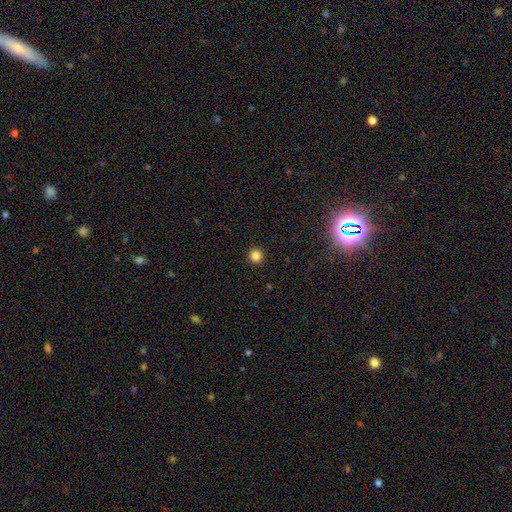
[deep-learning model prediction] smooth-or-featured: smooth: 83% | star or artifact: 13% | featured or disk: 4%
  how-rounded: round: 96% | in between: 3% | cigar-shaped: 1%
  merging: none: 93% | minor disturbance: 4% | major disturbance: 2% | merger: 1%